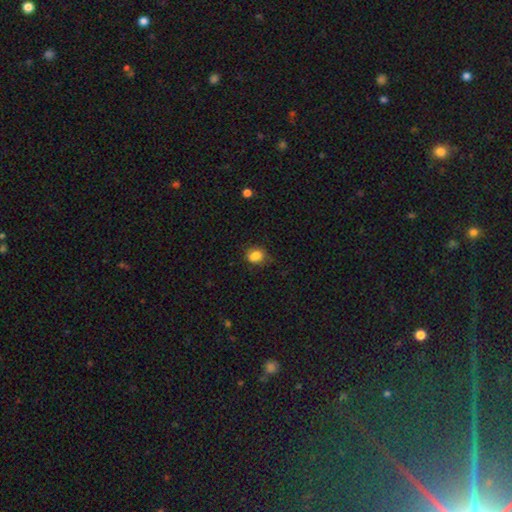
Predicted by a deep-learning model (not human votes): smooth_or_featured: smooth (p=0.83) [alt: star or artifact p=0.10]
how_rounded: in between (p=0.53) [alt: round p=0.46]
merging: none (p=0.69) [alt: minor disturbance p=0.23]